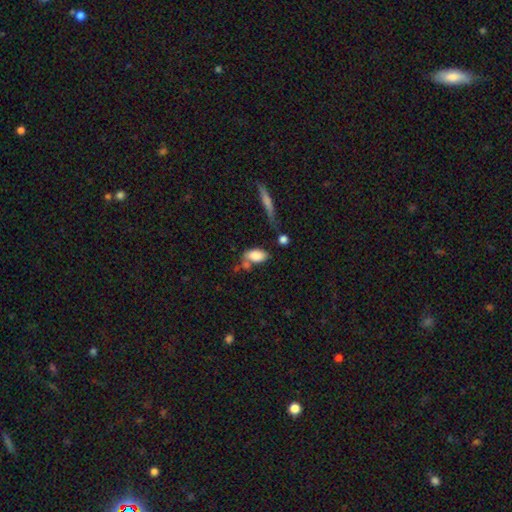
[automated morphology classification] smooth 83%, featured or disk 9%, star or artifact 8%. Down the decision tree: how rounded — in between (91%); merging — none (52%).